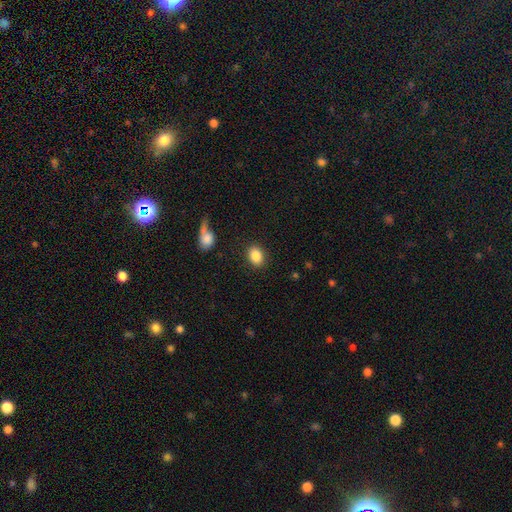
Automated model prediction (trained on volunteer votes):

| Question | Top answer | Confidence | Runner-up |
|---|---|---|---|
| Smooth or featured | smooth | 86% | star or artifact (8%) |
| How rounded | in between | 65% | round (34%) |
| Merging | none | 86% | minor disturbance (8%) |